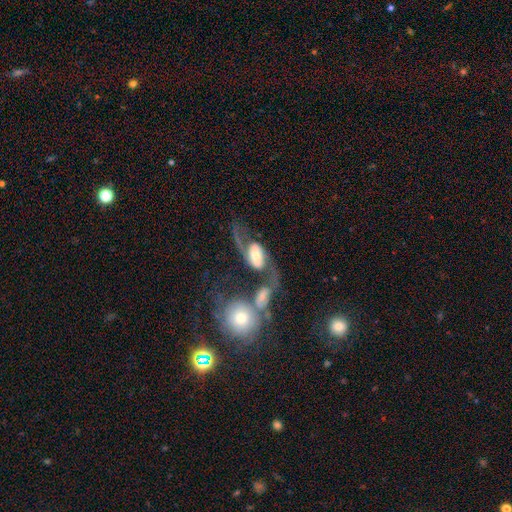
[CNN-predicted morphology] Smooth or featured?
  - featured or disk: 77% *
  - smooth: 17%
  - star or artifact: 6%
Edge-on disk?
  - no: 94% *
  - yes: 6%
Bar?
  - no: 47% *
  - weak: 32%
  - strong: 21%
Spiral arms?
  - yes: 91% *
  - no: 9%
Spiral winding?
  - loose: 69% *
  - medium: 24%
  - tight: 7%
Spiral arm count?
  - 2: 88% *
  - 1: 5%
  - can't tell: 3%
  - 3: 1%
  - 4: 1%
  - more than 4: 1%
Bulge size?
  - moderate: 53% *
  - small: 22%
  - large: 19%
  - dominant: 4%
  - none: 3%
Merging?
  - merger: 39% *
  - none: 30%
  - major disturbance: 20%
  - minor disturbance: 12%